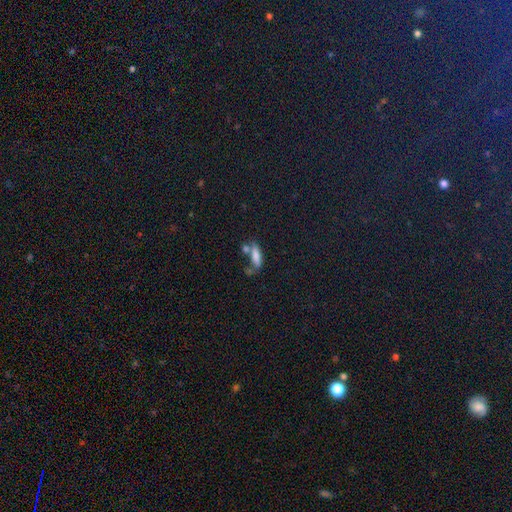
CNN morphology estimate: smooth-or-featured: smooth: 75% | featured or disk: 14% | star or artifact: 11%
  how-rounded: in between: 49% | cigar-shaped: 48% | round: 3%
  merging: none: 44% | merger: 29% | minor disturbance: 17% | major disturbance: 10%